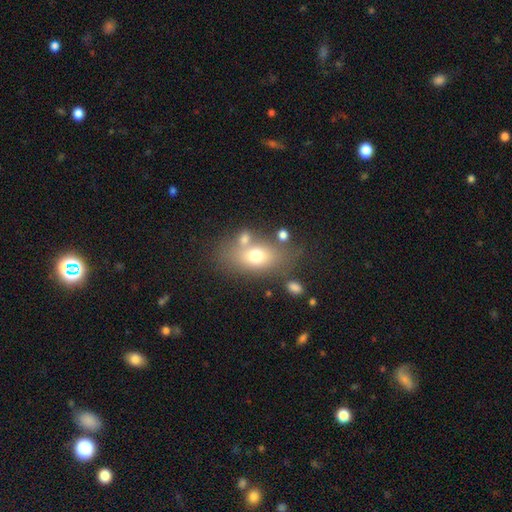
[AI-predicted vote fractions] Q: Smooth or featured?
A: smooth (69%); runner-up: featured or disk (20%)
Q: How rounded?
A: in between (79%); runner-up: round (18%)
Q: Merging?
A: none (56%); runner-up: merger (20%)